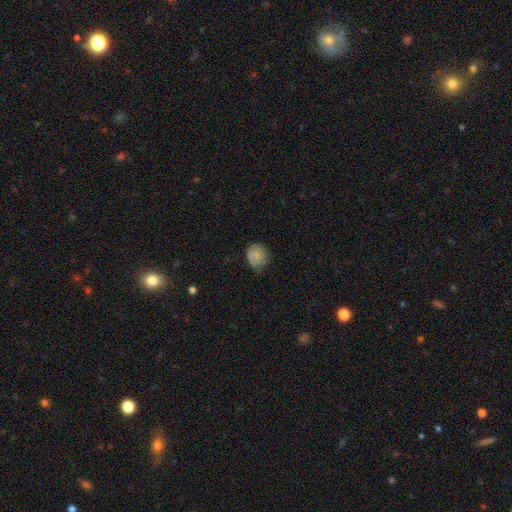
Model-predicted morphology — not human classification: The model was most divided on "merging": none: 56%, minor disturbance: 35%, major disturbance: 8%, merger: 1%. More confident: smooth or featured — smooth (73%); how rounded — round (72%).